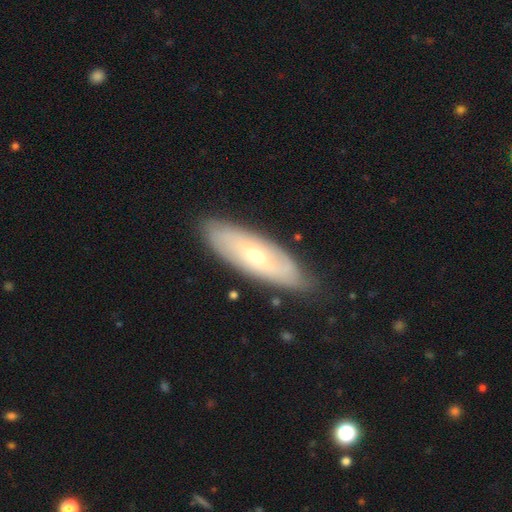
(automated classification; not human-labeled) Smooth or featured: featured or disk — 52% (smooth — 41%)
Edge-on disk: no — 71% (yes — 29%)
Merging: none — 82% (minor disturbance — 14%)